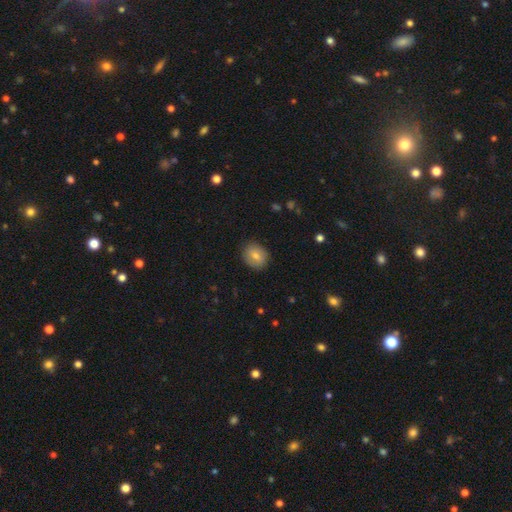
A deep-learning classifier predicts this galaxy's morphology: Q: Smooth or featured?
A: smooth (75%); runner-up: featured or disk (17%)
Q: How rounded?
A: round (60%); runner-up: in between (39%)
Q: Merging?
A: none (86%); runner-up: minor disturbance (11%)